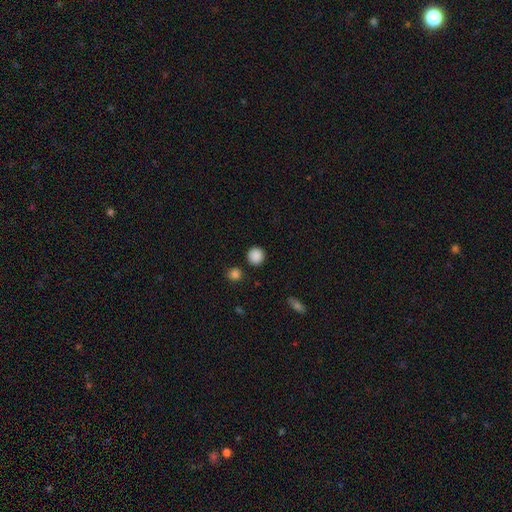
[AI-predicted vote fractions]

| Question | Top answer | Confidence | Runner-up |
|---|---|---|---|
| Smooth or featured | smooth | 87% | star or artifact (10%) |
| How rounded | round | 93% | in between (6%) |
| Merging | none | 87% | minor disturbance (7%) |